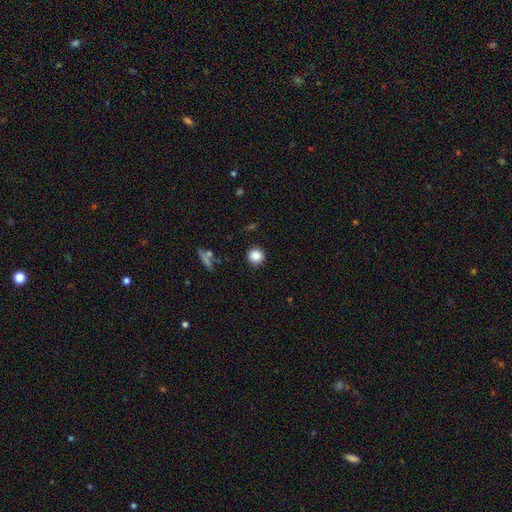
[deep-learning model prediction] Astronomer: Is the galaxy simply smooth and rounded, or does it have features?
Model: smooth — 85%.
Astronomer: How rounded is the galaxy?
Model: round — 93%.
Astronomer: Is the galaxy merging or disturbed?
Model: none — 90%.